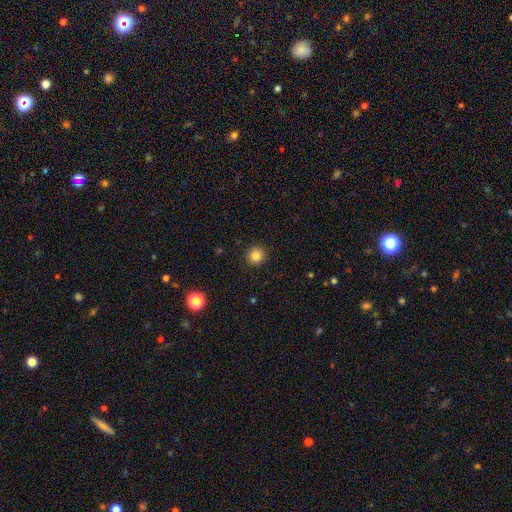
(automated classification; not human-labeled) The model was most divided on "smooth or featured": smooth: 84%, star or artifact: 12%, featured or disk: 4%. More confident: how rounded — round (94%); merging — none (92%).